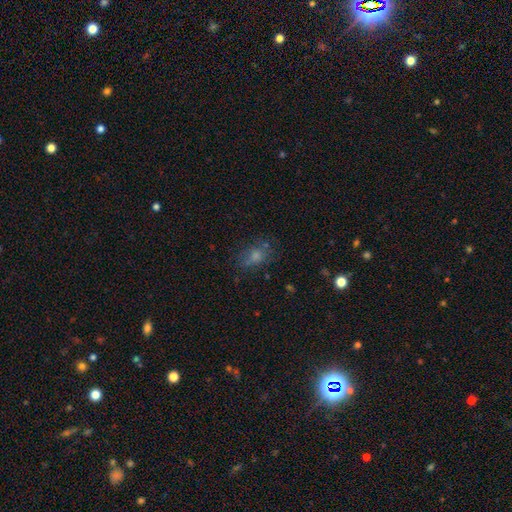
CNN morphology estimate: Smooth or featured: smooth — 63% (featured or disk — 19%)
How rounded: in between — 68% (round — 29%)
Merging: none — 58% (minor disturbance — 22%)